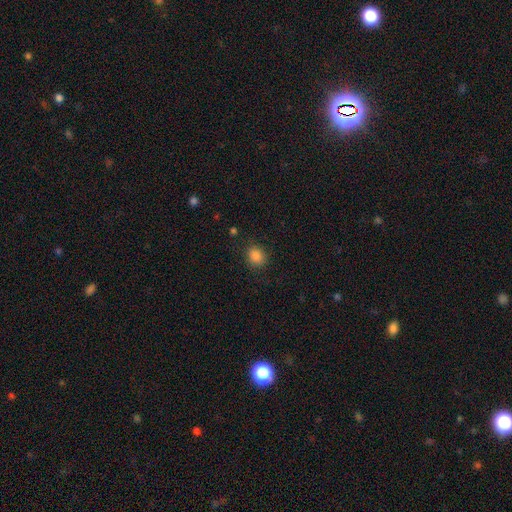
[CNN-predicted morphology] Q: Smooth or featured?
A: smooth (86%); runner-up: star or artifact (11%)
Q: How rounded?
A: round (59%); runner-up: in between (40%)
Q: Merging?
A: none (85%); runner-up: minor disturbance (10%)